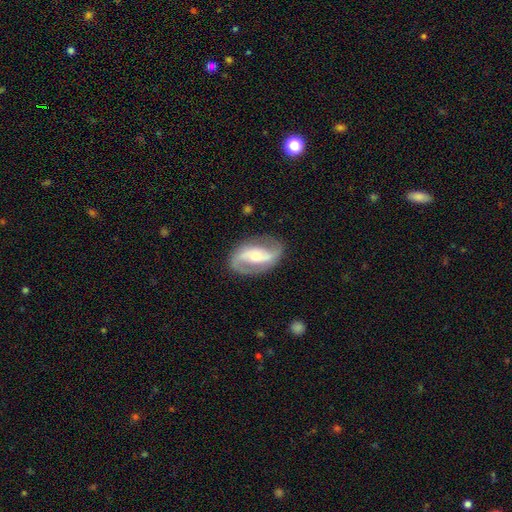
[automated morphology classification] Q: Smooth or featured?
A: featured or disk (85%); runner-up: smooth (10%)
Q: Edge-on disk?
A: no (96%); runner-up: yes (4%)
Q: Bar?
A: strong (40%); runner-up: weak (33%)
Q: Spiral arms?
A: yes (93%); runner-up: no (7%)
Q: Spiral winding?
A: medium (44%); runner-up: loose (39%)
Q: Spiral arm count?
A: 2 (91%); runner-up: can't tell (3%)
Q: Bulge size?
A: moderate (52%); runner-up: small (40%)
Q: Merging?
A: none (81%); runner-up: minor disturbance (12%)